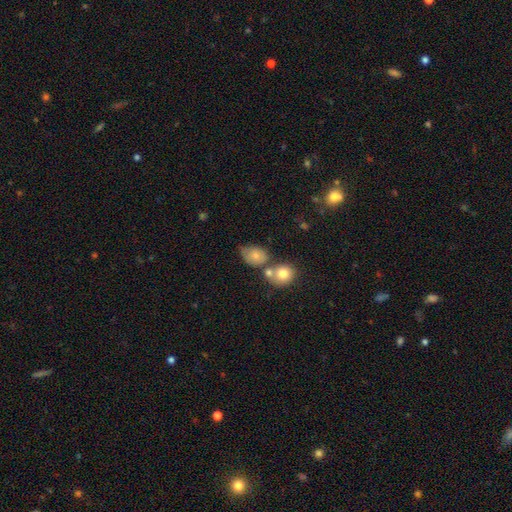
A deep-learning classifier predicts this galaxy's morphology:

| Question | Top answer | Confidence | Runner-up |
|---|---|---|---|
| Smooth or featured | smooth | 74% | featured or disk (17%) |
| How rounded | in between | 64% | round (34%) |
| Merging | none | 36% | merger (31%) |